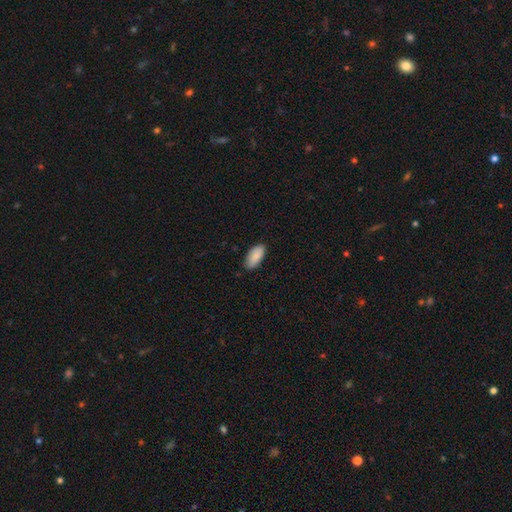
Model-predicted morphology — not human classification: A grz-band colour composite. It shows a smooth galaxy with no disk features (88%) that is in between round and cigar-shaped (91%). Merging: none (85%).